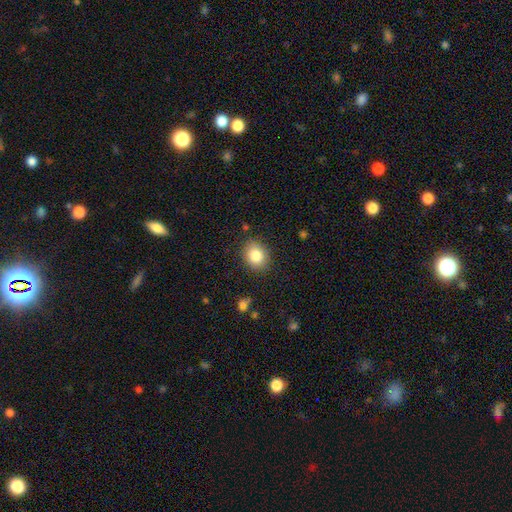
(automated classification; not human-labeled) Smooth or featured? Predicted: smooth (p=0.83). How rounded? Predicted: round (p=0.57). Merging? Predicted: none (p=0.86).